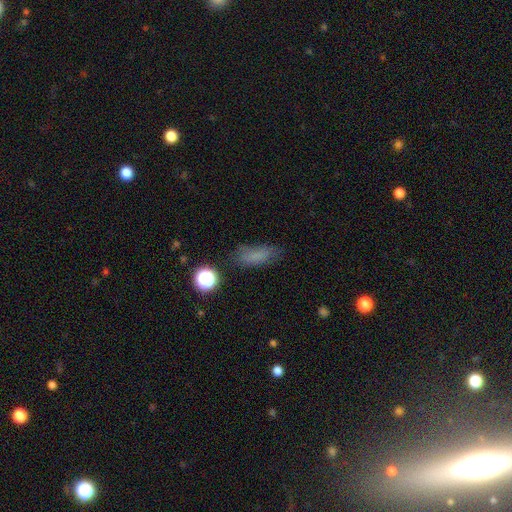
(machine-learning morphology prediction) This appears to be a smooth galaxy with no disk features (71%) that is in between round and cigar-shaped (66%). Merging: none (68%).